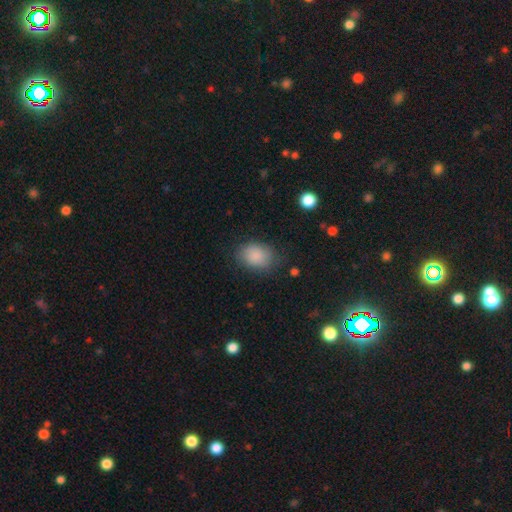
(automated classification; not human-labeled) Morphology: type=smooth (87%); roundness=in between (63%); merging=none (74%).